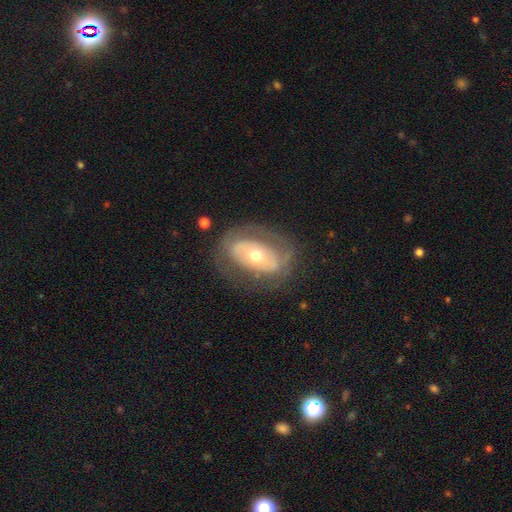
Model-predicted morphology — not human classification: Smooth or featured? Predicted: featured or disk (p=0.62). Edge-on disk? Predicted: no (p=0.92). Bar? Predicted: no (p=0.75). Spiral arms? Predicted: no (p=0.67). Bulge size? Predicted: moderate (p=0.70). Merging? Predicted: none (p=0.70).